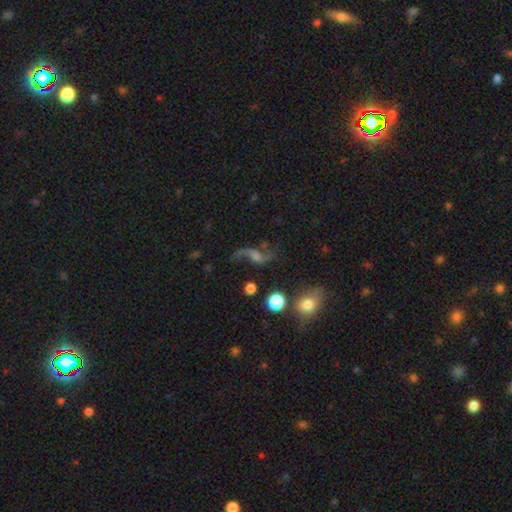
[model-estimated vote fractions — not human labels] A featured or disk galaxy (80%) with no bar (56%), 2 (92%) loose (91%) spiral arms (95%) and a small central bulge (31%). Merging: none (67%).